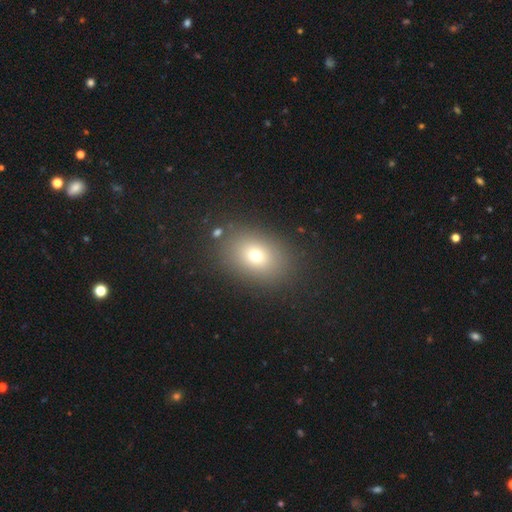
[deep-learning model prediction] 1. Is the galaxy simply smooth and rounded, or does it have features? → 71% smooth, 15% star or artifact, 13% featured or disk.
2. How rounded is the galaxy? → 65% in between, 34% round, 1% cigar-shaped.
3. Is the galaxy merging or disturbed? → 84% none, 9% minor disturbance, 4% major disturbance, 3% merger.